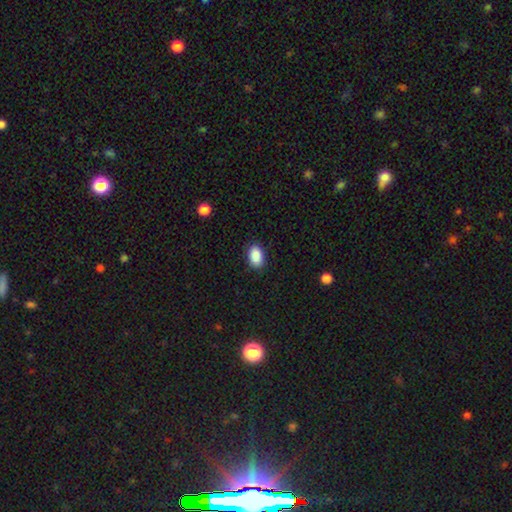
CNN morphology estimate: A smooth galaxy with no disk features (90%) that is in between round and cigar-shaped (90%).

Vote fractions:
- Smooth or featured? smooth: 90% / star or artifact: 7% / featured or disk: 3%
- How rounded? in between: 90% / round: 9% / cigar-shaped: 1%
- Merging? none: 87% / minor disturbance: 10% / major disturbance: 2% / merger: 1%